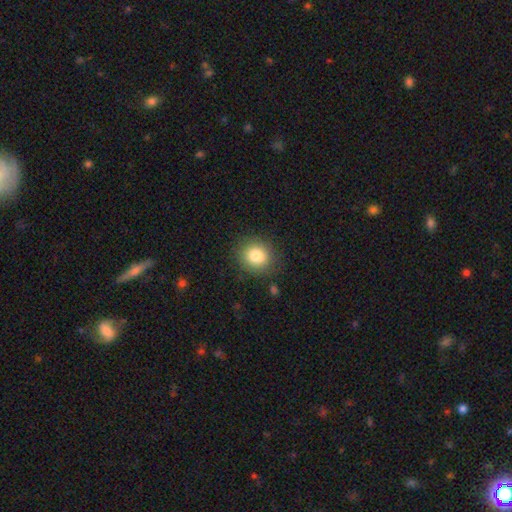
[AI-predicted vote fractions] Morphology: type=smooth (82%); roundness=round (81%); merging=none (86%).